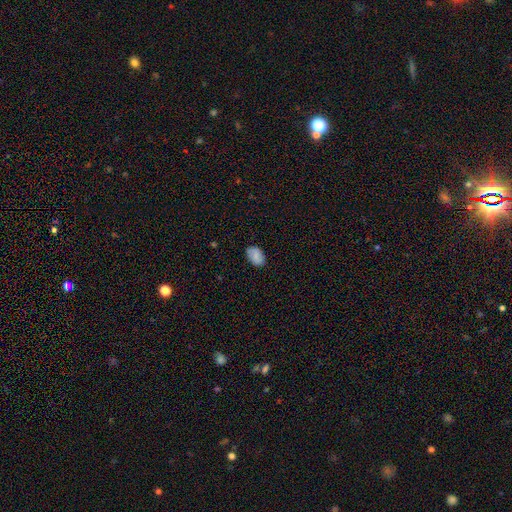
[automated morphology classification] A smooth galaxy with no disk features (80%) that is in between round and cigar-shaped (88%). Merging: none (84%).